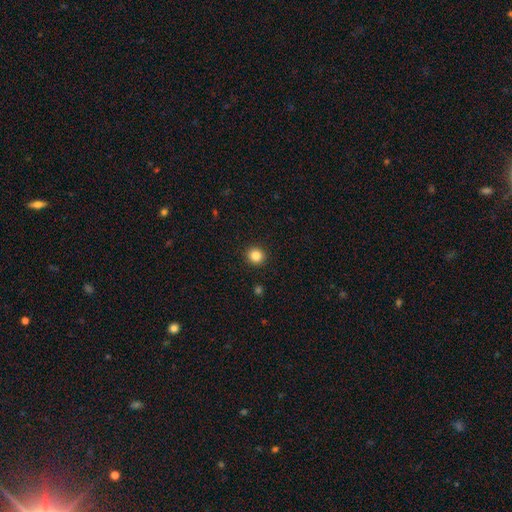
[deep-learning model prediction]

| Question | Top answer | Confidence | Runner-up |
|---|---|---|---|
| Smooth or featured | smooth | 84% | star or artifact (11%) |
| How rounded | round | 90% | in between (9%) |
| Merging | none | 93% | minor disturbance (5%) |